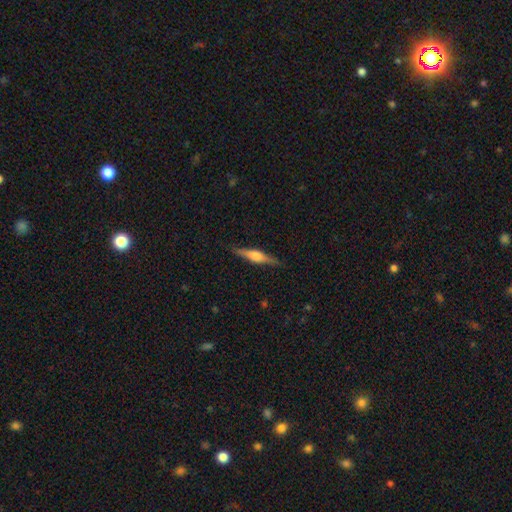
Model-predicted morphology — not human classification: A featured or disk galaxy (68%) viewed edge-on (97%) with a rounded central bulge (81%). Merging: none (88%).